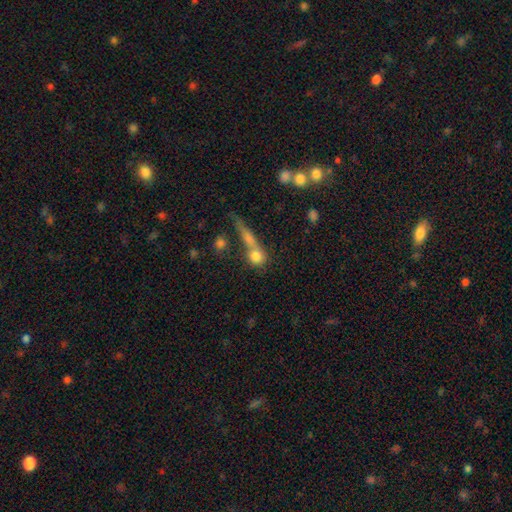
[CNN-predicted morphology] smooth-or-featured: smooth: 76% | featured or disk: 14% | star or artifact: 10%
  how-rounded: round: 68% | in between: 21% | cigar-shaped: 12%
  merging: none: 43% | merger: 40% | minor disturbance: 10% | major disturbance: 7%